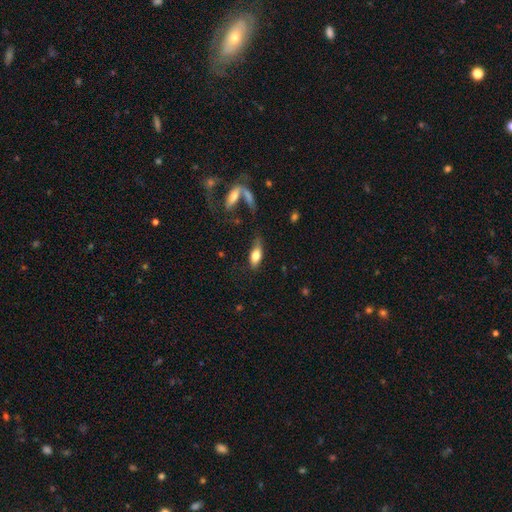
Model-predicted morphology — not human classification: type=smooth (74%); roundness=in between (79%); merging=none (65%).